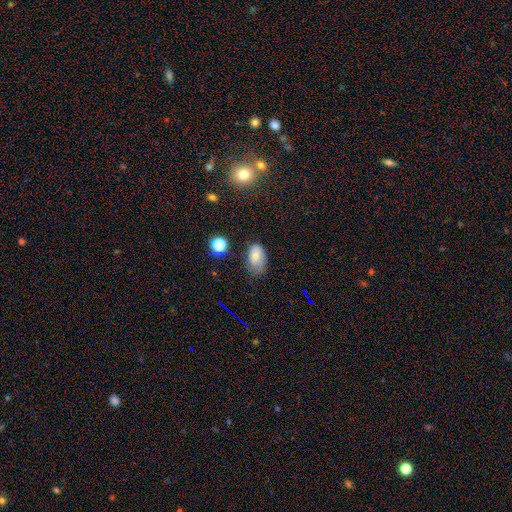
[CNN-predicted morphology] This appears to be a smooth galaxy with no disk features (72%) that is in between round and cigar-shaped (90%). Merging: none (56%).